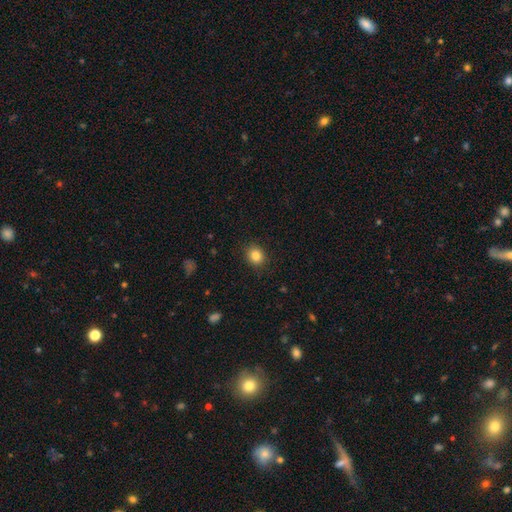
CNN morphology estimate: Smooth or featured? Predicted: smooth (p=0.84). How rounded? Predicted: round (p=0.72). Merging? Predicted: none (p=0.89).